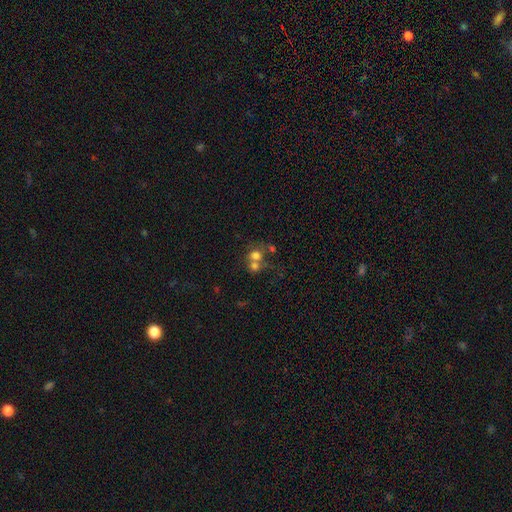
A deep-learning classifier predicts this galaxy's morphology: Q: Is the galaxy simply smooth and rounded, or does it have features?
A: smooth — 68%.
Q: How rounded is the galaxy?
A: round — 74%.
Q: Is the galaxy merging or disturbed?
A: merger — 58%.